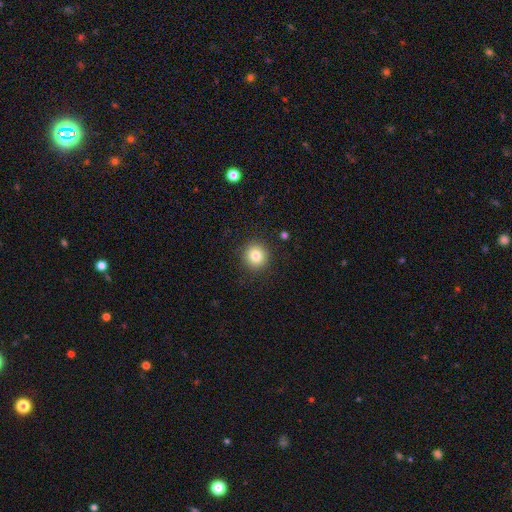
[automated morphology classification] Smooth or featured? Predicted: smooth (p=0.83). How rounded? Predicted: round (p=0.91). Merging? Predicted: none (p=0.90).